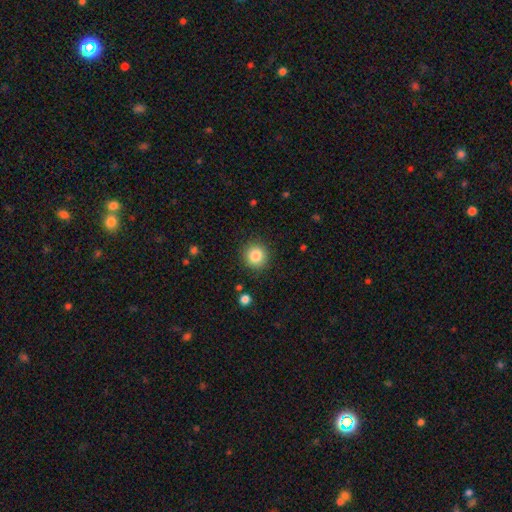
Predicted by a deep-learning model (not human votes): smooth 84%, star or artifact 10%, featured or disk 5%. Down the decision tree: how rounded — round (93%); merging — none (90%).